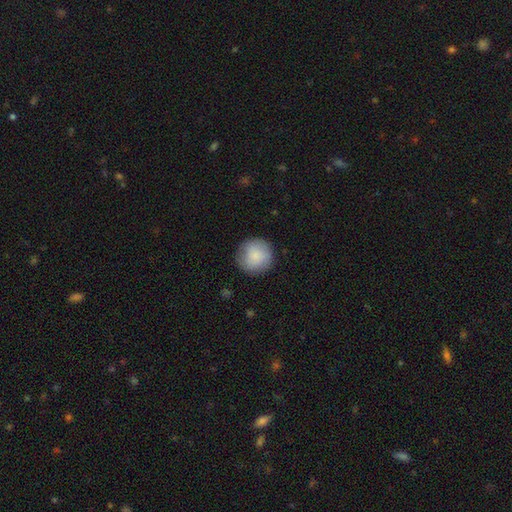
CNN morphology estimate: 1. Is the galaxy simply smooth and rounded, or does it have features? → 85% smooth, 8% featured or disk, 6% star or artifact.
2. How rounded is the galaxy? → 95% round, 4% in between, 1% cigar-shaped.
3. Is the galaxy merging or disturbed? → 86% none, 10% minor disturbance, 3% major disturbance, 1% merger.